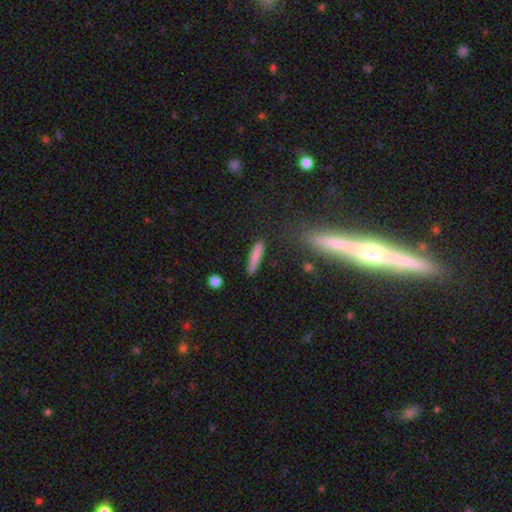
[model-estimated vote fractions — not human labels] Smooth or featured?
  - smooth: 81% *
  - featured or disk: 12%
  - star or artifact: 7%
How rounded?
  - cigar-shaped: 89% *
  - in between: 9%
  - round: 2%
Merging?
  - none: 84% *
  - minor disturbance: 11%
  - major disturbance: 3%
  - merger: 3%